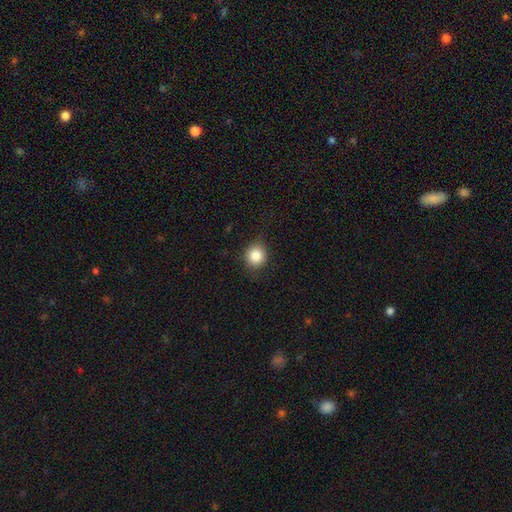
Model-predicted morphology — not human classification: The model was most divided on "how rounded": round: 84%, in between: 15%, cigar-shaped: 1%. More confident: smooth or featured — smooth (84%); merging — none (84%).